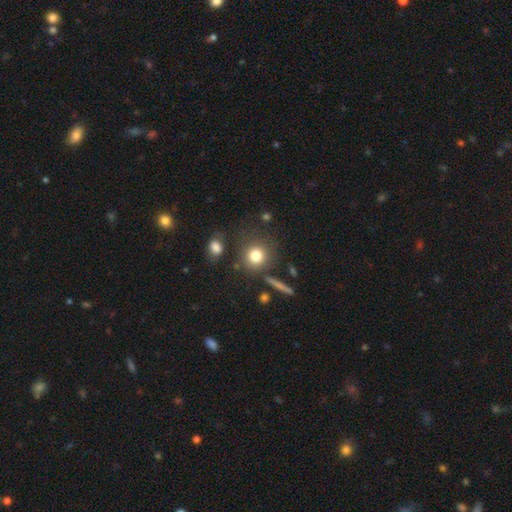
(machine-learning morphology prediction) Q: Smooth or featured?
A: smooth (80%); runner-up: star or artifact (11%)
Q: How rounded?
A: round (87%); runner-up: in between (12%)
Q: Merging?
A: none (77%); runner-up: minor disturbance (12%)